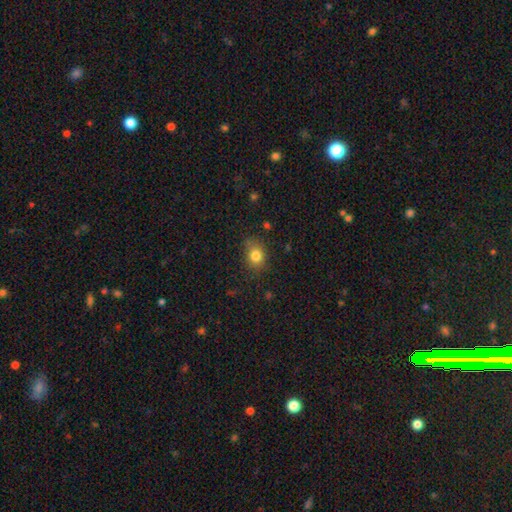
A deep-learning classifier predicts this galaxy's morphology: The model was most divided on "how rounded": round: 53%, in between: 46%, cigar-shaped: 1%. More confident: smooth or featured — smooth (81%); merging — none (74%).